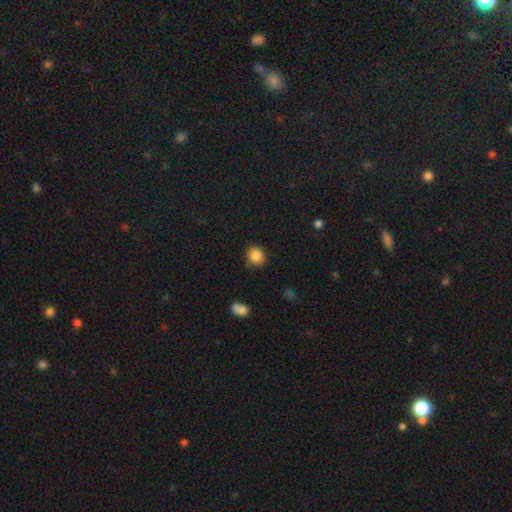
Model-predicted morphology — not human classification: A smooth galaxy with no disk features (85%) that is round (75%). Merging: none (83%).